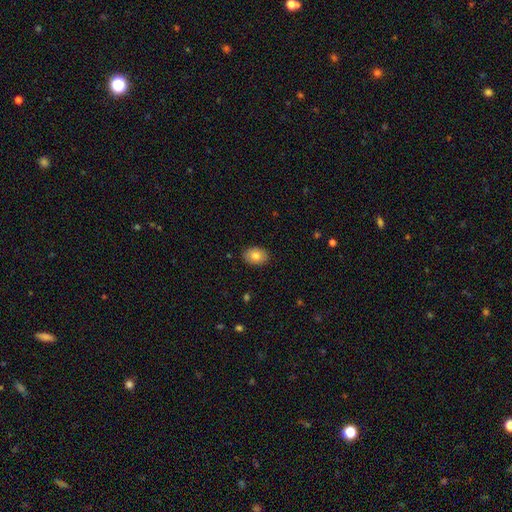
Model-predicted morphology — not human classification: Smooth or featured? Predicted: smooth (p=0.82). How rounded? Predicted: in between (p=0.78). Merging? Predicted: none (p=0.89).